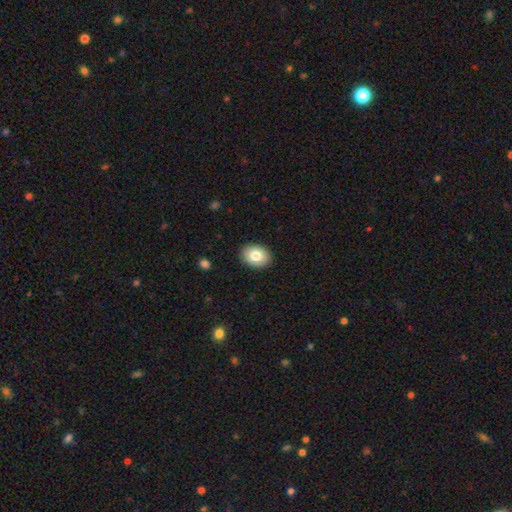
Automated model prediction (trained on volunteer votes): smooth-or-featured: smooth: 82% | featured or disk: 10% | star or artifact: 8%
  how-rounded: in between: 67% | round: 32% | cigar-shaped: 1%
  merging: none: 90% | minor disturbance: 7% | major disturbance: 2% | merger: 1%